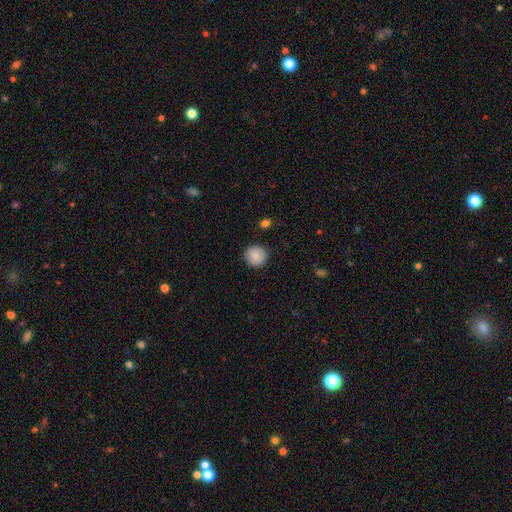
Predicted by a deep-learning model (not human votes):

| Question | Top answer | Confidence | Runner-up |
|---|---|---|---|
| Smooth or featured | smooth | 88% | star or artifact (8%) |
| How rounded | round | 93% | in between (6%) |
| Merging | none | 91% | minor disturbance (7%) |